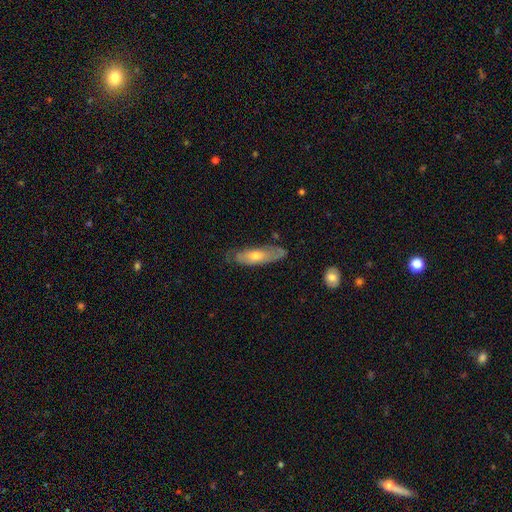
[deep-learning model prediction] featured or disk 48%, smooth 46%, star or artifact 6%. Down the decision tree: merging — none (64%).